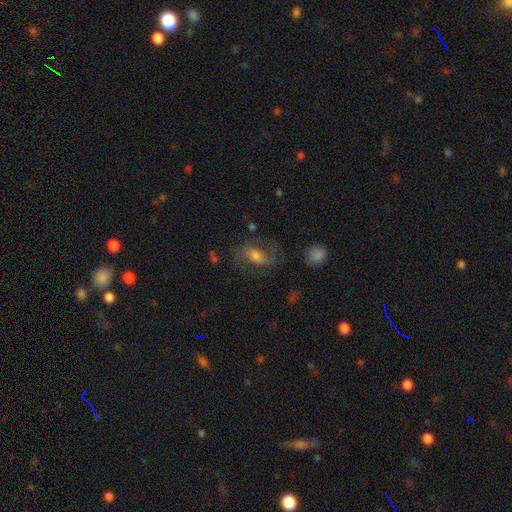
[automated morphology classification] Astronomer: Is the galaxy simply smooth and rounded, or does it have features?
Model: featured or disk — 49% (runner-up: smooth, 38%).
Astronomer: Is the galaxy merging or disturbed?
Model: none — 64%.